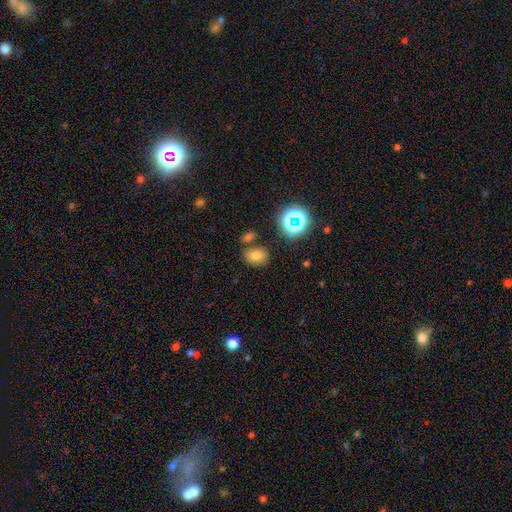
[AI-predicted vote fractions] Morphology: type=smooth (68%); roundness=in between (59%); merging=none (70%).